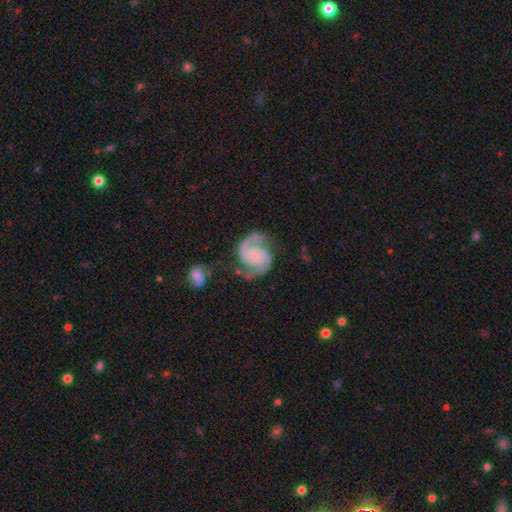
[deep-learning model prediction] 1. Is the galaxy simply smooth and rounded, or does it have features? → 90% featured or disk, 5% smooth, 5% star or artifact.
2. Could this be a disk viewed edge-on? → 98% no, 2% yes.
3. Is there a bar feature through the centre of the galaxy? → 68% no, 24% weak, 7% strong.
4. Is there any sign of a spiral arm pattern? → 98% yes, 2% no.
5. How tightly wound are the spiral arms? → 55% medium, 30% tight, 16% loose.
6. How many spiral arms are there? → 93% 2, 2% can't tell, 2% 3, 2% 1, 1% 4, 1% more than 4.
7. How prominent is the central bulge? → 45% small, 36% none, 14% moderate, 4% large, 2% dominant.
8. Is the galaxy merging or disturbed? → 65% none, 18% minor disturbance, 11% major disturbance, 6% merger.